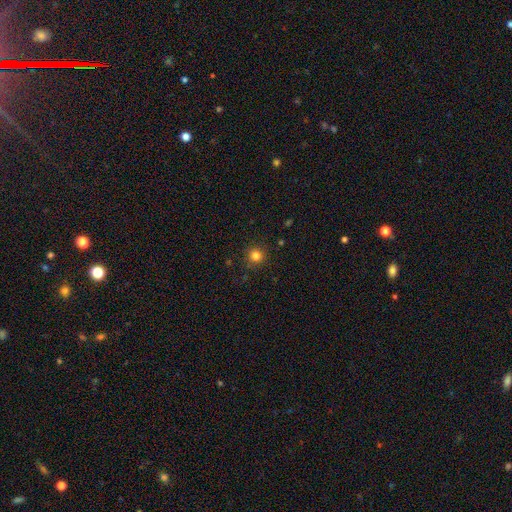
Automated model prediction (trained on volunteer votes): Morphology: type=smooth (82%); roundness=round (94%); merging=none (89%).